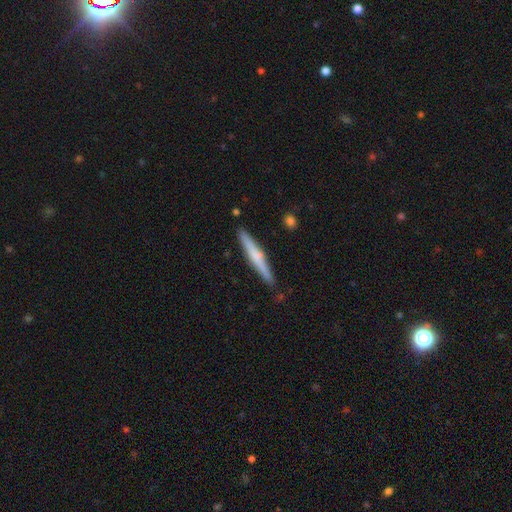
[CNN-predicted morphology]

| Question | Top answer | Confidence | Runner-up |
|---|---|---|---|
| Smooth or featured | featured or disk | 53% | smooth (41%) |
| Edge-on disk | yes | 98% | no (2%) |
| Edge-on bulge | rounded | 59% | none (28%) |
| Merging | none | 89% | minor disturbance (8%) |